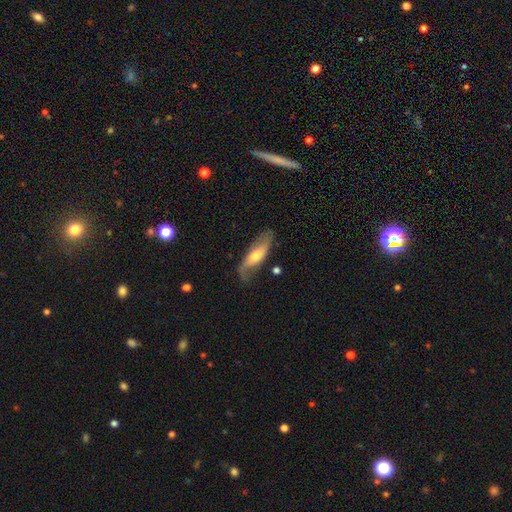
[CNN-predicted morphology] smooth_or_featured: featured or disk (p=0.60) [alt: smooth p=0.34]
disk_edge_on: no (p=0.70) [alt: yes p=0.30]
merging: none (p=0.68) [alt: minor disturbance p=0.22]